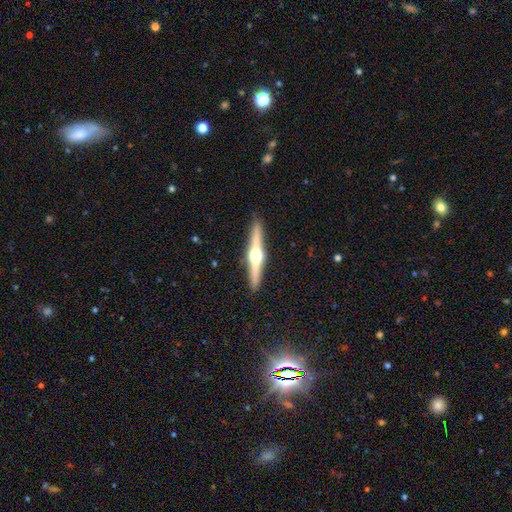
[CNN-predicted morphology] This is likely a featured or disk galaxy (79%). It is clearly viewed edge-on (98%). Edge-on bulge: clearly rounded (96%). Merging: clearly none (92%).